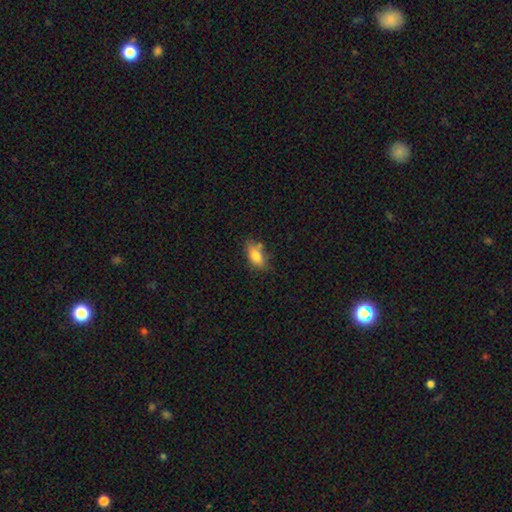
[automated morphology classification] Smooth or featured? smooth (77%)
How rounded? in between (85%)
Merging? none (59%)